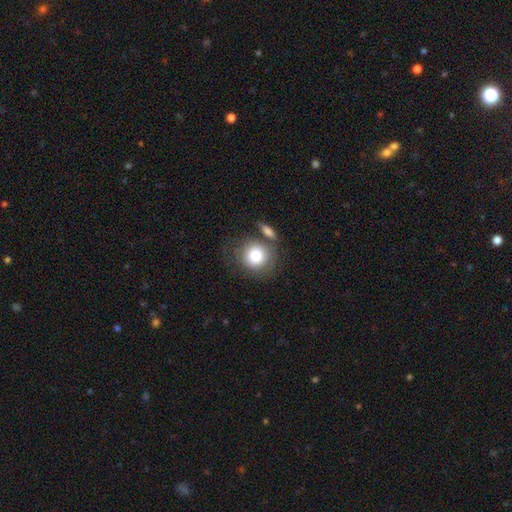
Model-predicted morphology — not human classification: smooth_or_featured: smooth (p=0.77) [alt: featured or disk p=0.14]
how_rounded: round (p=0.87) [alt: in between p=0.12]
merging: none (p=0.63) [alt: merger p=0.17]